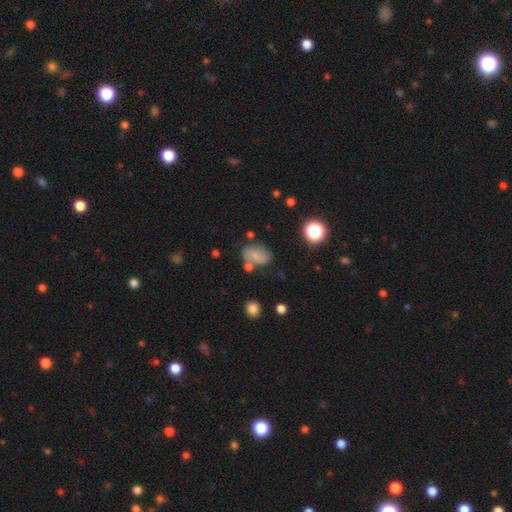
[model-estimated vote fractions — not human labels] smooth_or_featured: smooth (p=0.56) [alt: featured or disk p=0.30]
how_rounded: in between (p=0.76) [alt: round p=0.23]
merging: none (p=0.53) [alt: minor disturbance p=0.22]